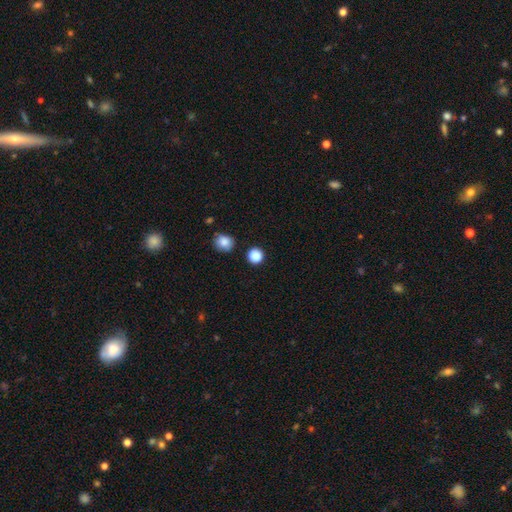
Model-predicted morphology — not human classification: The model was most divided on "smooth or featured": smooth: 87%, star or artifact: 10%, featured or disk: 3%. More confident: how rounded — round (93%); merging — none (90%).